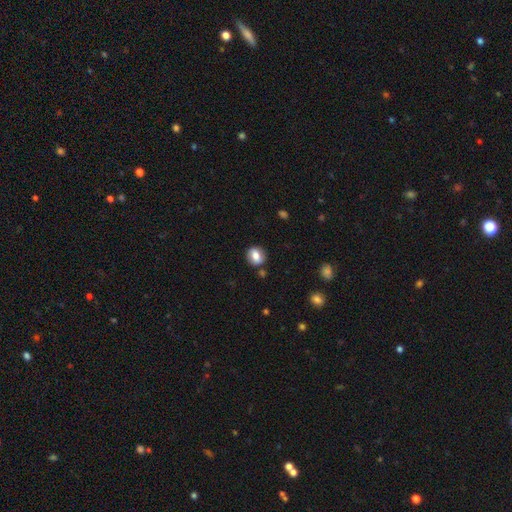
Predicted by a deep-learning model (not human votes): This is likely a smooth galaxy (72%). How rounded: likely round (66%). Merging: clearly none (83%).